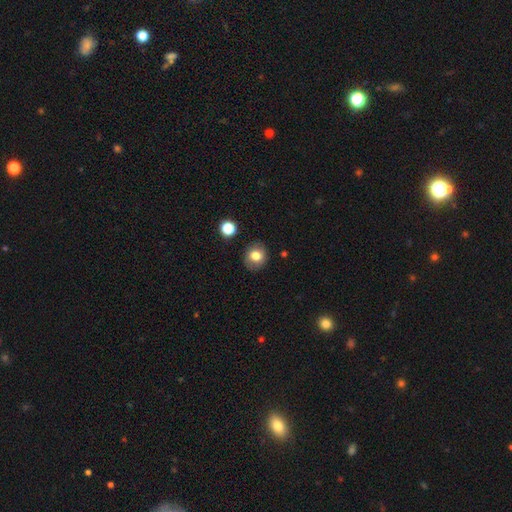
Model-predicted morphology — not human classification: smooth-or-featured: smooth: 78% | featured or disk: 12% | star or artifact: 10%
  how-rounded: round: 72% | in between: 27% | cigar-shaped: 1%
  merging: none: 85% | minor disturbance: 11% | major disturbance: 3% | merger: 2%